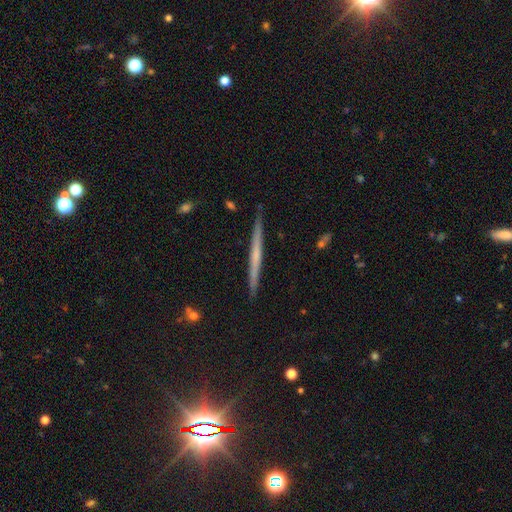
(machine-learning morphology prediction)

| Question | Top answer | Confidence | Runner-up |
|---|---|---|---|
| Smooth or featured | featured or disk | 59% | smooth (33%) |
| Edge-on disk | yes | 98% | no (2%) |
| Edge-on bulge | none | 73% | rounded (21%) |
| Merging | none | 90% | minor disturbance (8%) |